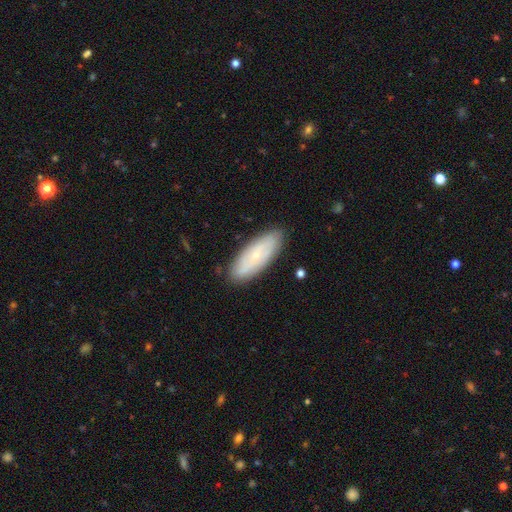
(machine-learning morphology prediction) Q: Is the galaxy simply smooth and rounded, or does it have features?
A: smooth — 50%.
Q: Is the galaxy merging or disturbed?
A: none — 85%.